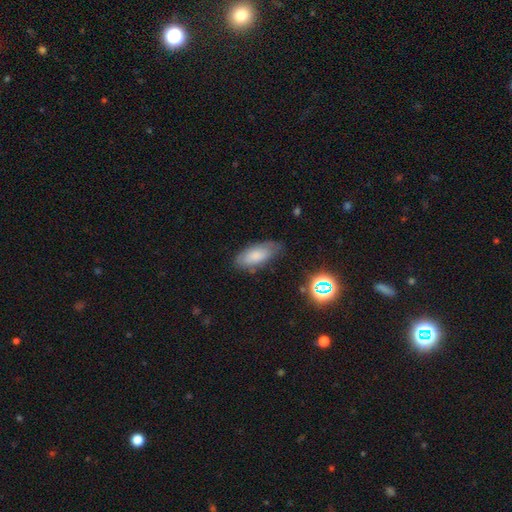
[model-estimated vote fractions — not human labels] Q: Smooth or featured?
A: smooth (78%); runner-up: featured or disk (13%)
Q: How rounded?
A: in between (87%); runner-up: cigar-shaped (11%)
Q: Merging?
A: none (70%); runner-up: minor disturbance (23%)